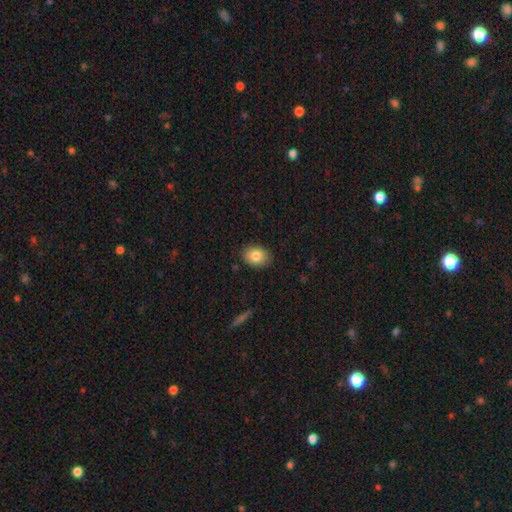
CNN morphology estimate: A smooth galaxy with no disk features (83%) that is in between round and cigar-shaped (69%).

Vote fractions:
- Smooth or featured? smooth: 83% / featured or disk: 9% / star or artifact: 8%
- How rounded? in between: 69% / round: 30% / cigar-shaped: 1%
- Merging? none: 87% / minor disturbance: 10% / major disturbance: 2% / merger: 1%